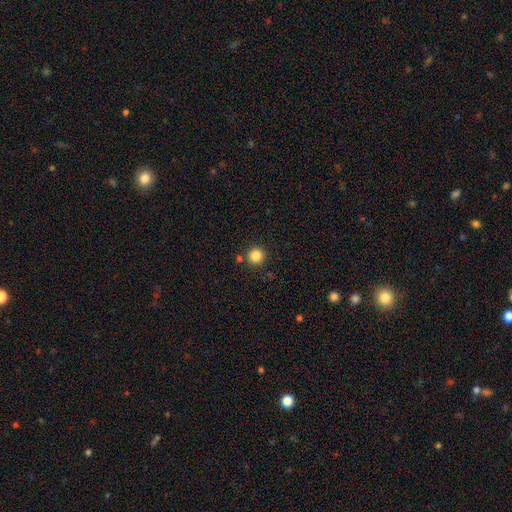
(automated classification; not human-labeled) Q: Smooth or featured?
A: smooth (85%); runner-up: star or artifact (11%)
Q: How rounded?
A: round (95%); runner-up: in between (4%)
Q: Merging?
A: none (87%); runner-up: minor disturbance (6%)